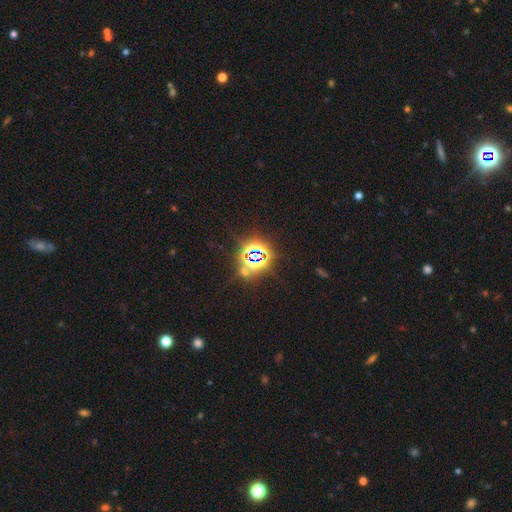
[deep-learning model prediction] This appears to be a star or artifact, not a galaxy (81%).